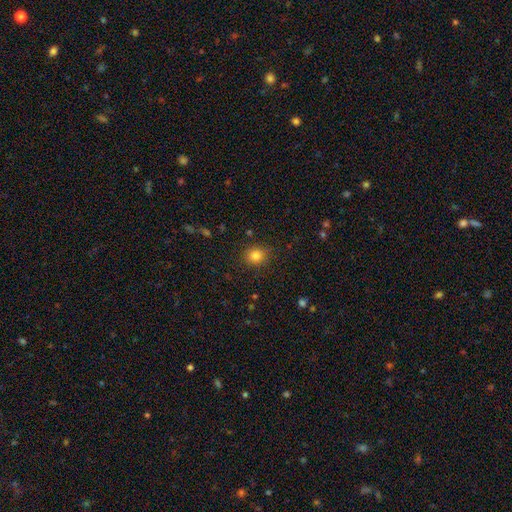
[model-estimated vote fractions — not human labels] A smooth galaxy with no disk features (82%) that is round (74%). Merging: none (86%).